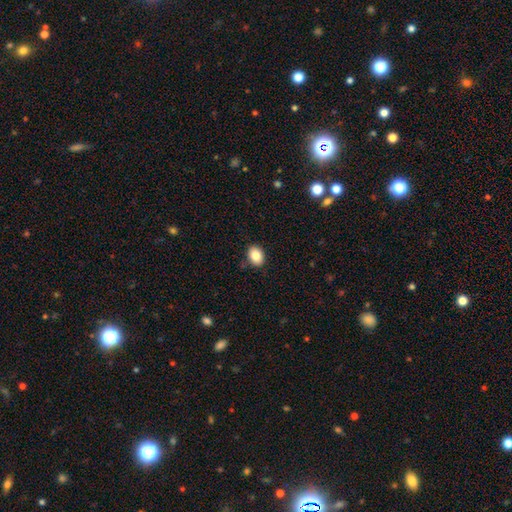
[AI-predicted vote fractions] This is clearly a smooth galaxy (84%). How rounded: likely in between (66%). Merging: clearly none (88%).